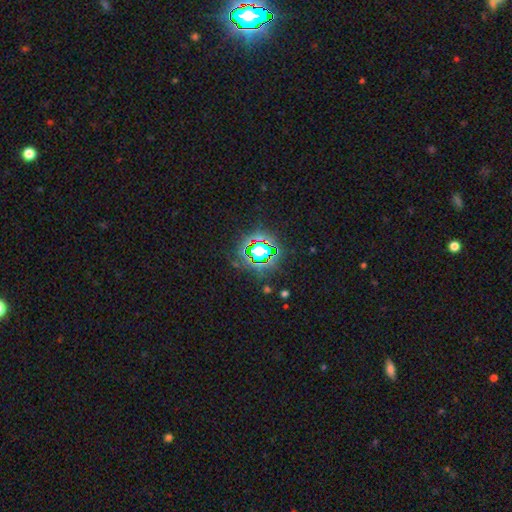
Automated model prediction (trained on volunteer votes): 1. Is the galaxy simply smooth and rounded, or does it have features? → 76% star or artifact, 15% smooth, 9% featured or disk.